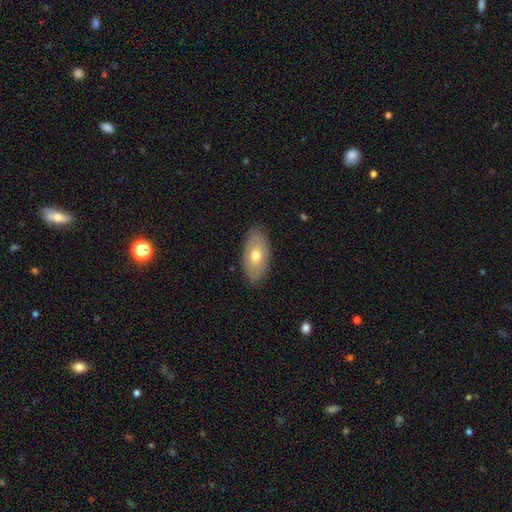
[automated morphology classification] smooth-or-featured: smooth: 63% | featured or disk: 31% | star or artifact: 6%
  how-rounded: in between: 92% | round: 5% | cigar-shaped: 3%
  merging: none: 84% | minor disturbance: 13% | major disturbance: 3% | merger: 1%